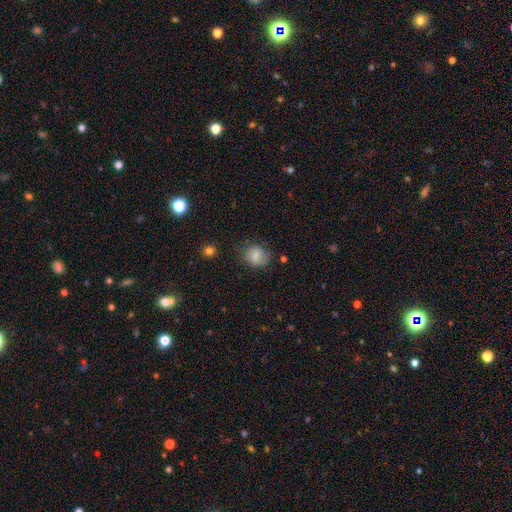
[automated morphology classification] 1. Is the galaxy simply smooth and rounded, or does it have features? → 80% smooth, 10% featured or disk, 10% star or artifact.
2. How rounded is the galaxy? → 58% round, 41% in between, 1% cigar-shaped.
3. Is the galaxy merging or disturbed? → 69% none, 21% minor disturbance, 8% major disturbance, 2% merger.